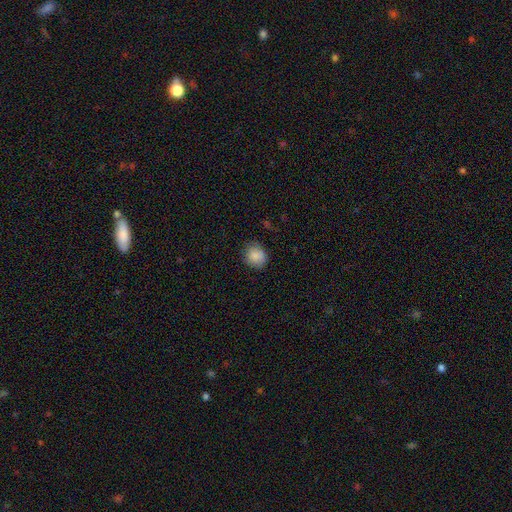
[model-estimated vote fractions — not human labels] Smooth or featured?
  - smooth: 85% *
  - star or artifact: 8%
  - featured or disk: 7%
How rounded?
  - round: 73% *
  - in between: 26%
  - cigar-shaped: 1%
Merging?
  - none: 78% *
  - minor disturbance: 17%
  - major disturbance: 4%
  - merger: 2%